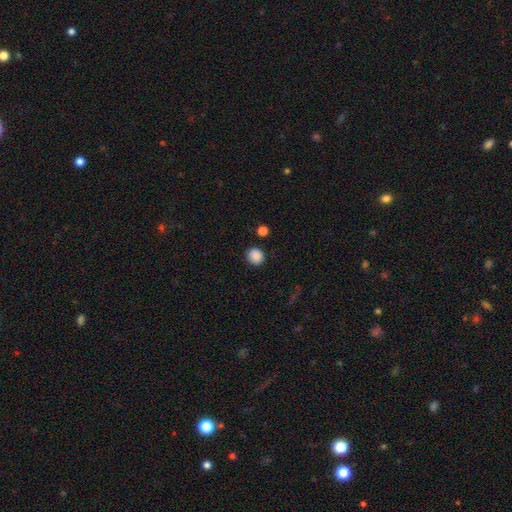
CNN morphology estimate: A smooth galaxy with no disk features (88%) that is round (87%).

Vote fractions:
- Smooth or featured? smooth: 88% / star or artifact: 9% / featured or disk: 3%
- How rounded? round: 87% / in between: 13% / cigar-shaped: 1%
- Merging? none: 87% / minor disturbance: 8% / merger: 3% / major disturbance: 2%